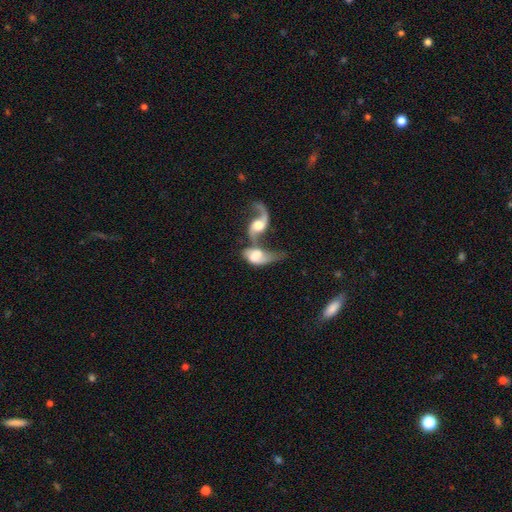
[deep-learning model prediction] Smooth or featured: featured or disk — 64% (smooth — 29%)
Edge-on disk: no — 93% (yes — 7%)
Bar: no — 52% (weak — 35%)
Spiral arms: yes — 80% (no — 20%)
Bulge size: moderate — 41% (large — 31%)
Merging: merger — 76% (major disturbance — 10%)